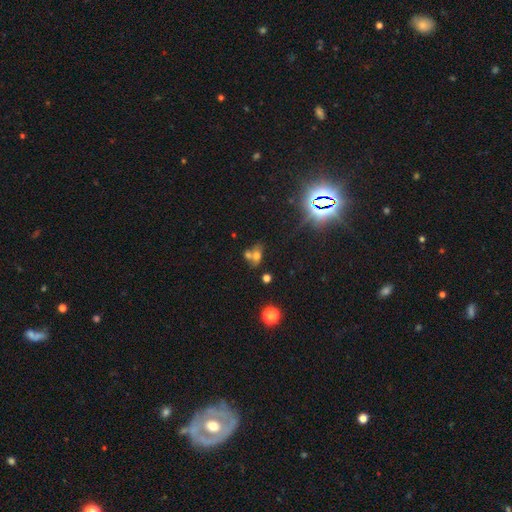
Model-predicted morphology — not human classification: A smooth galaxy with no disk features (56%) that is in between round and cigar-shaped (63%). Merging: merger (52%).